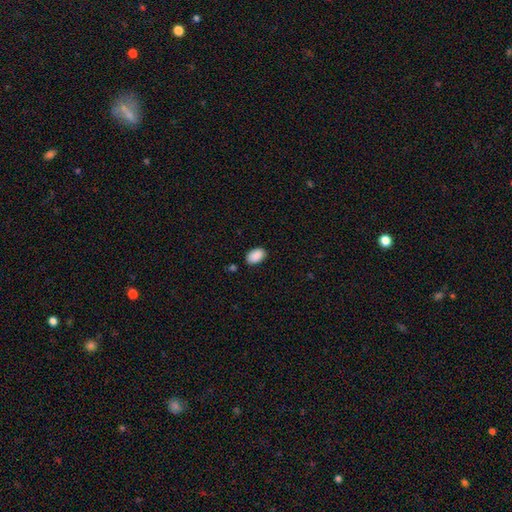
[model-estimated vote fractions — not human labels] A smooth galaxy with no disk features (90%) that is in between round and cigar-shaped (91%).

Vote fractions:
- Smooth or featured? smooth: 90% / star or artifact: 7% / featured or disk: 3%
- How rounded? in between: 91% / round: 7% / cigar-shaped: 1%
- Merging? none: 84% / minor disturbance: 12% / major disturbance: 2% / merger: 2%